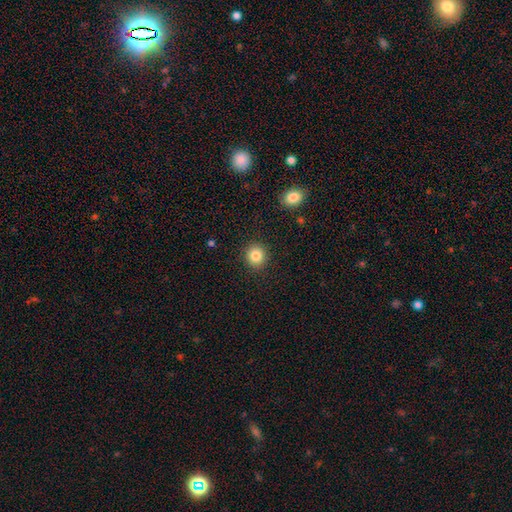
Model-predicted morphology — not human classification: This is clearly a smooth galaxy (84%). How rounded: clearly round (90%). Merging: clearly none (91%).